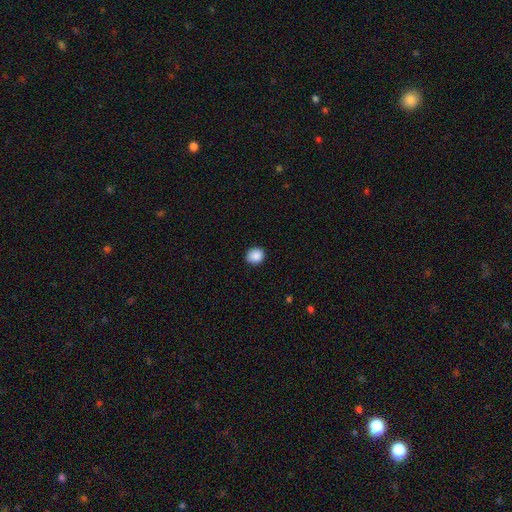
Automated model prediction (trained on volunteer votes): A smooth galaxy with no disk features (89%) that is round (78%). Merging: none (90%).